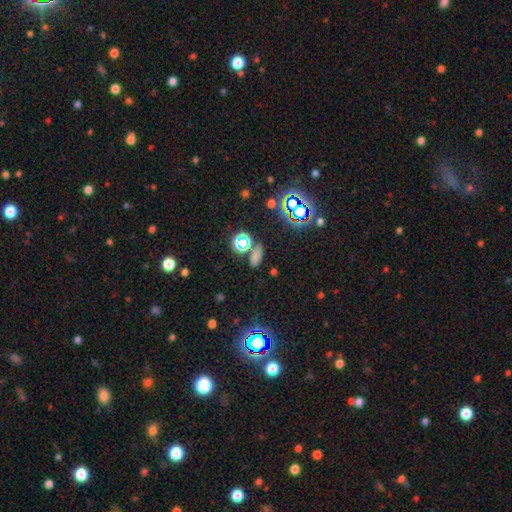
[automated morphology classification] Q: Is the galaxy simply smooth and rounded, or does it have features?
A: smooth — 57%.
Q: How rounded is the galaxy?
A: in between — 72%.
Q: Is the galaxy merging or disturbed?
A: none — 76%.